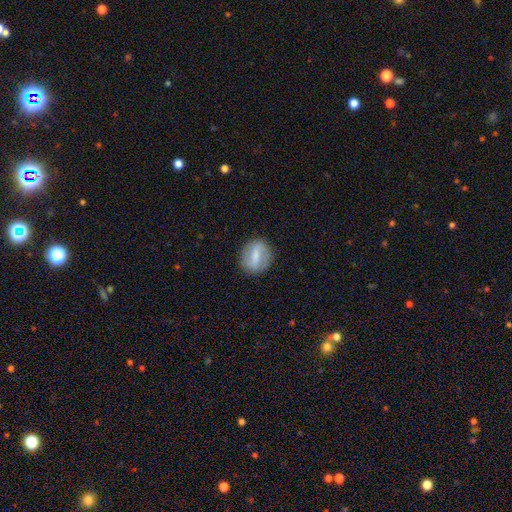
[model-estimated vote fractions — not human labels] smooth 53%, featured or disk 40%, star or artifact 7%. Down the decision tree: how rounded — round (66%); merging — none (84%).